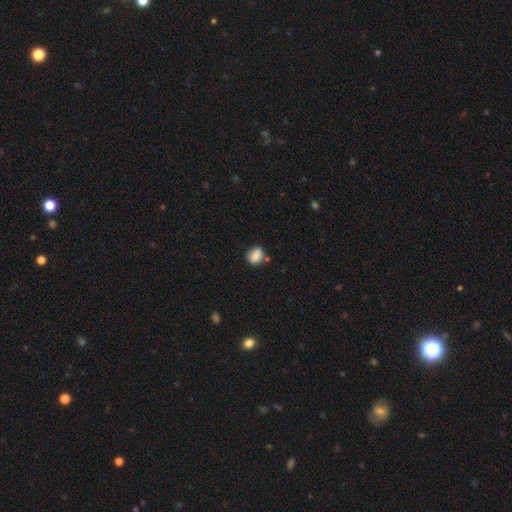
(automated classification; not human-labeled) Overall: smooth (82%). How rounded: in between (51%; round 47%). Merging: none (69%).